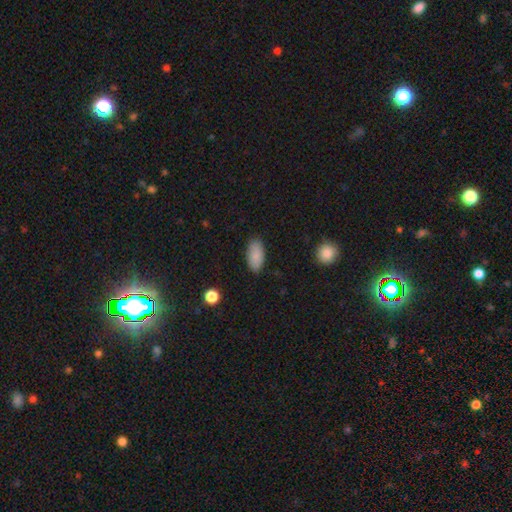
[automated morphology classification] Q: Smooth or featured?
A: smooth (88%); runner-up: star or artifact (7%)
Q: How rounded?
A: in between (92%); runner-up: cigar-shaped (5%)
Q: Merging?
A: none (85%); runner-up: minor disturbance (12%)